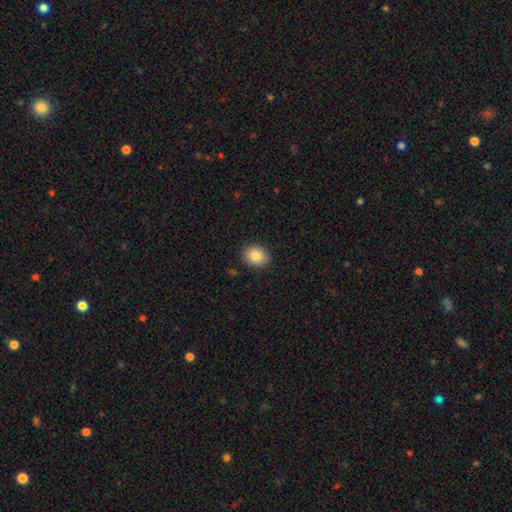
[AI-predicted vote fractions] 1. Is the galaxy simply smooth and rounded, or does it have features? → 85% smooth, 8% star or artifact, 6% featured or disk.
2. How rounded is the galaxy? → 55% round, 44% in between, 1% cigar-shaped.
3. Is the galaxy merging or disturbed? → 89% none, 8% minor disturbance, 2% major disturbance, 1% merger.